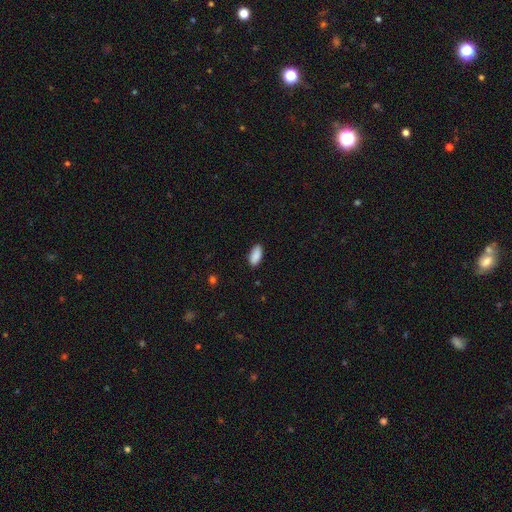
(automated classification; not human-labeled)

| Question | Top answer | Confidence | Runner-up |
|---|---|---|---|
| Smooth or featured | smooth | 90% | star or artifact (7%) |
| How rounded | in between | 91% | cigar-shaped (7%) |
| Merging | none | 86% | minor disturbance (11%) |